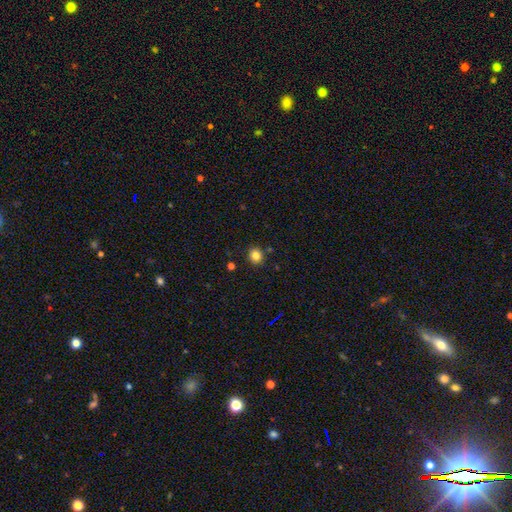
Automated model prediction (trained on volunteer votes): A smooth galaxy with no disk features (82%) that is round (84%).

Vote fractions:
- Smooth or featured? smooth: 82% / star or artifact: 12% / featured or disk: 5%
- How rounded? round: 84% / in between: 15% / cigar-shaped: 1%
- Merging? none: 87% / minor disturbance: 8% / merger: 3% / major disturbance: 2%